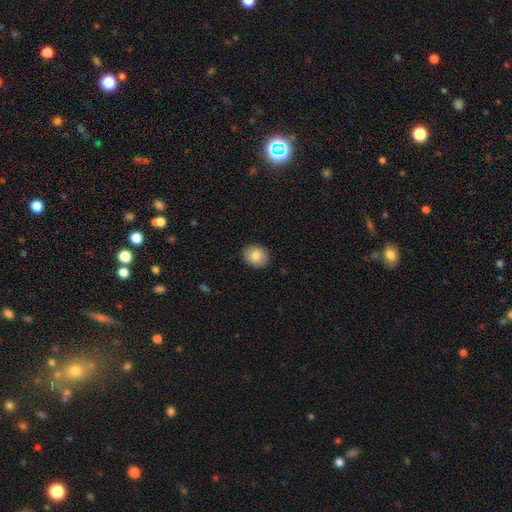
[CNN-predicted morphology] Smooth or featured?
  - smooth: 82% *
  - featured or disk: 10%
  - star or artifact: 8%
How rounded?
  - round: 60% *
  - in between: 39%
  - cigar-shaped: 1%
Merging?
  - none: 90% *
  - minor disturbance: 7%
  - major disturbance: 2%
  - merger: 1%